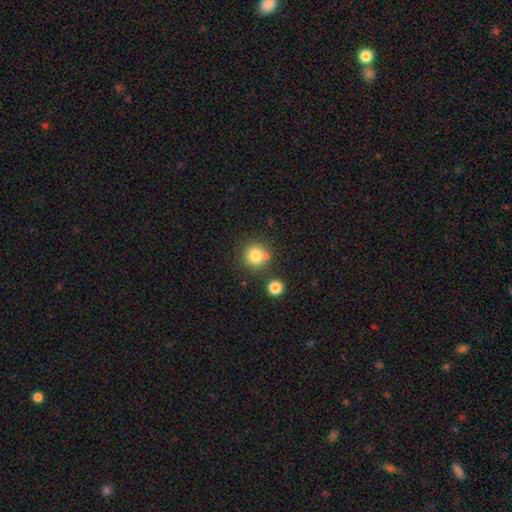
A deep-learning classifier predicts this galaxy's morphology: Overall: smooth (80%). How rounded: round (93%). Merging: none (72%).